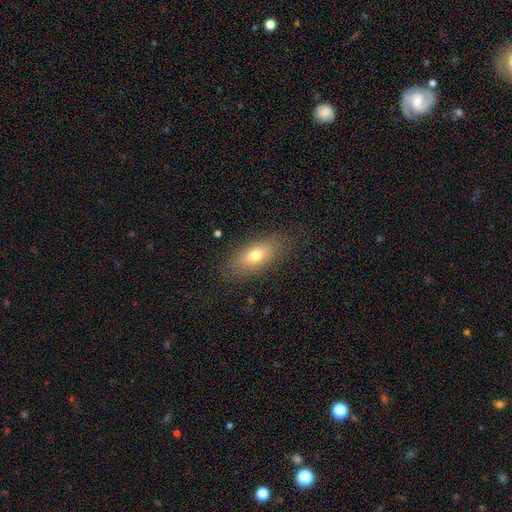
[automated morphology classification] smooth-or-featured: smooth: 71% | featured or disk: 20% | star or artifact: 9%
  how-rounded: in between: 79% | cigar-shaped: 14% | round: 7%
  merging: none: 82% | minor disturbance: 12% | major disturbance: 4% | merger: 1%